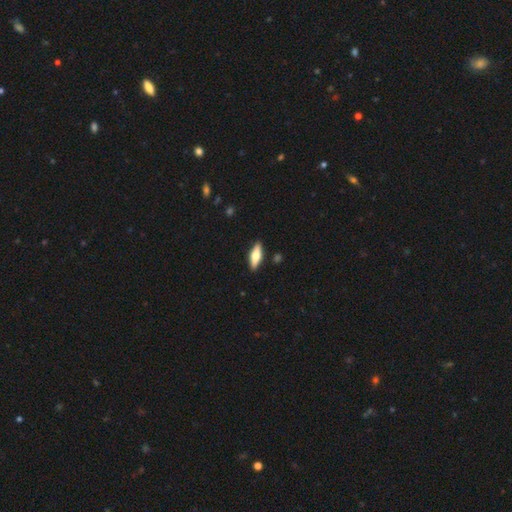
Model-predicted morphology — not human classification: Overall: smooth (56%; featured or disk 38%). How rounded: in between (51%; cigar-shaped 46%). Merging: none (89%).